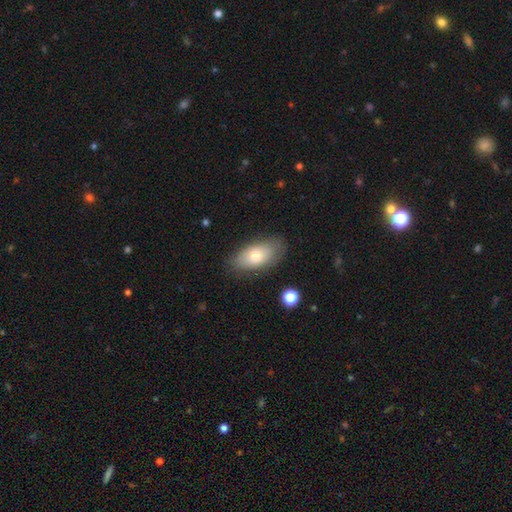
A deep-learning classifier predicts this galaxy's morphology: Smooth or featured?
  - smooth: 72% *
  - featured or disk: 21%
  - star or artifact: 7%
How rounded?
  - in between: 91% *
  - round: 5%
  - cigar-shaped: 5%
Merging?
  - none: 80% *
  - minor disturbance: 15%
  - major disturbance: 4%
  - merger: 1%